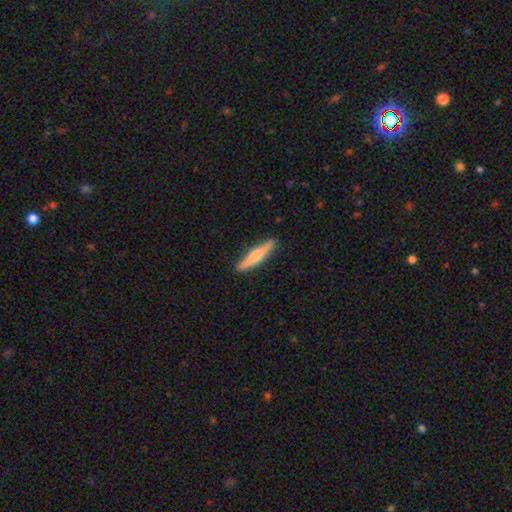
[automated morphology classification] Smooth or featured?
  - smooth: 51% *
  - featured or disk: 44%
  - star or artifact: 5%
How rounded?
  - cigar-shaped: 90% *
  - in between: 9%
  - round: 2%
Merging?
  - none: 90% *
  - minor disturbance: 7%
  - major disturbance: 2%
  - merger: 1%